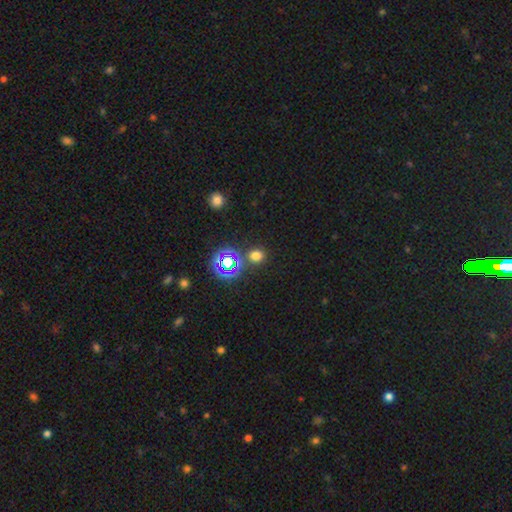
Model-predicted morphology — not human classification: Smooth or featured: smooth — 64% (star or artifact — 30%)
How rounded: round — 73% (in between — 26%)
Merging: none — 79% (minor disturbance — 9%)